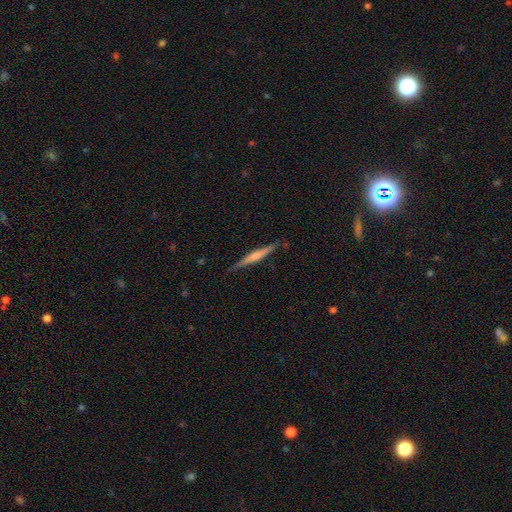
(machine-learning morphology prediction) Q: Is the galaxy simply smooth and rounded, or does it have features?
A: featured or disk — 62%.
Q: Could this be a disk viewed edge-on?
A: yes — 98%.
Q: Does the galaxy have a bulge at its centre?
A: rounded — 48%.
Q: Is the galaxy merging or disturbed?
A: none — 87%.